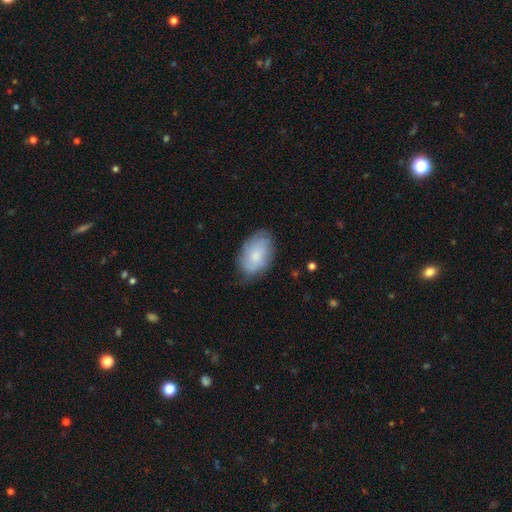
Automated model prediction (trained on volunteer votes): Smooth or featured?
  - smooth: 61% *
  - featured or disk: 32%
  - star or artifact: 7%
How rounded?
  - in between: 91% *
  - round: 8%
  - cigar-shaped: 1%
Merging?
  - none: 69% *
  - minor disturbance: 24%
  - major disturbance: 6%
  - merger: 1%